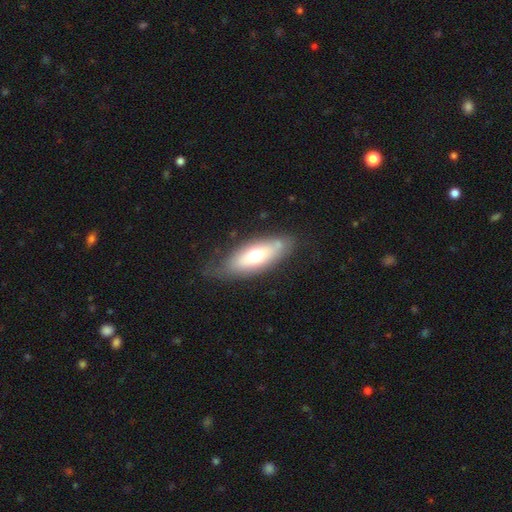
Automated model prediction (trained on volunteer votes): A smooth galaxy with no disk features (60%) that is in between round and cigar-shaped (70%).

Vote fractions:
- Smooth or featured? smooth: 60% / featured or disk: 33% / star or artifact: 7%
- How rounded? in between: 70% / cigar-shaped: 28% / round: 3%
- Merging? none: 69% / minor disturbance: 21% / major disturbance: 7% / merger: 3%